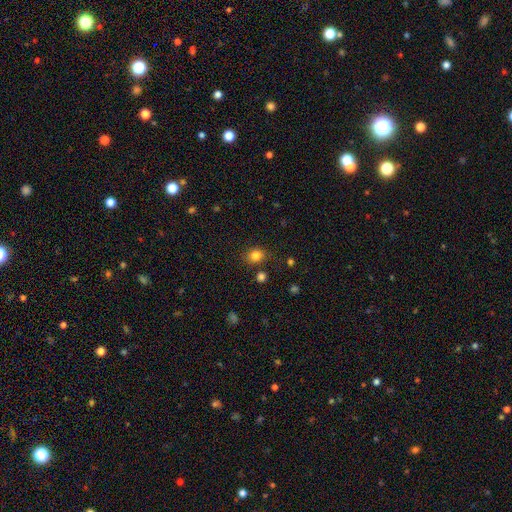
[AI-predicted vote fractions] Smooth or featured? smooth (82%)
How rounded? round (69%)
Merging? none (79%)